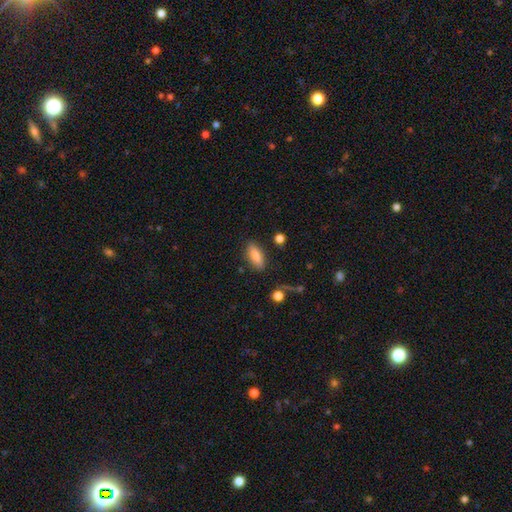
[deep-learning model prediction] This appears to be a smooth galaxy with no disk features (83%) that is in between round and cigar-shaped (74%). Merging: none (84%).